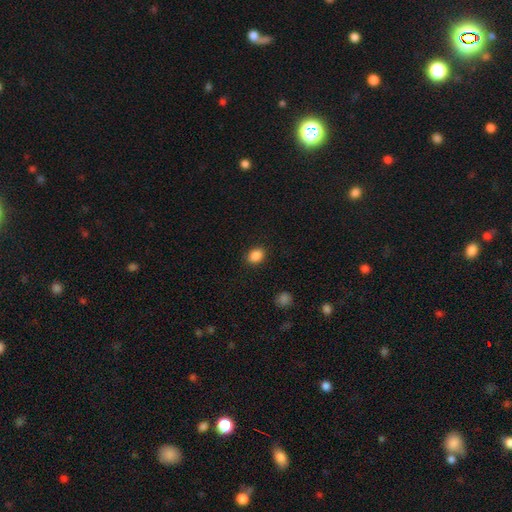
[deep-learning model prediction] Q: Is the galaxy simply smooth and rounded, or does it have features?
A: smooth — 87%.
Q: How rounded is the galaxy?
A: in between — 51%.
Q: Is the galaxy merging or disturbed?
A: none — 88%.